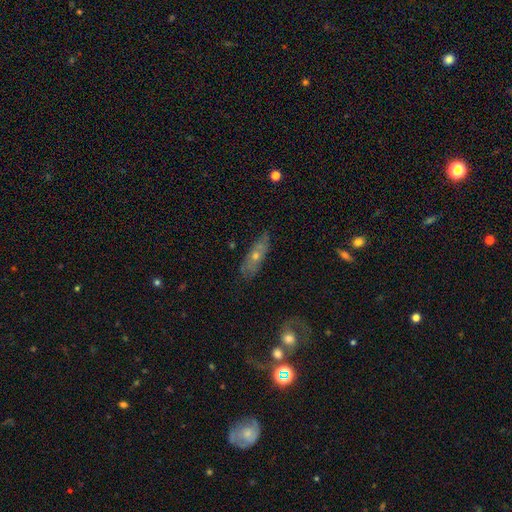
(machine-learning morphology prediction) Smooth or featured? Predicted: featured or disk (p=0.52). Edge-on disk? Predicted: no (p=0.59). Merging? Predicted: none (p=0.75).